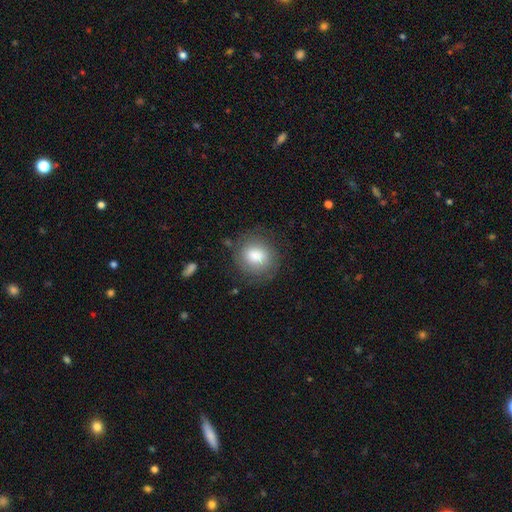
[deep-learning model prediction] Smooth or featured?
  - smooth: 77% *
  - featured or disk: 15%
  - star or artifact: 8%
How rounded?
  - round: 75% *
  - in between: 24%
  - cigar-shaped: 1%
Merging?
  - none: 74% *
  - minor disturbance: 16%
  - major disturbance: 8%
  - merger: 2%